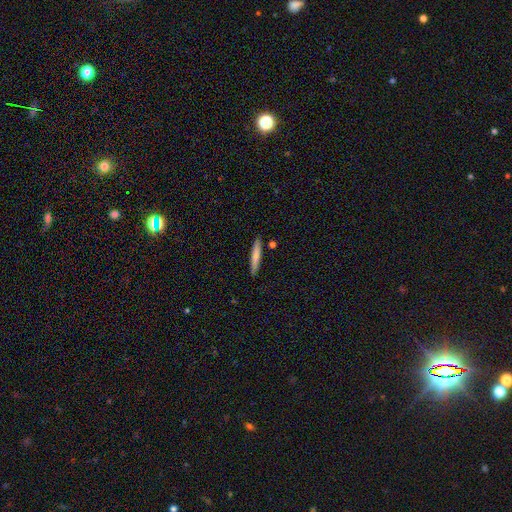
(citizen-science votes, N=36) This is likely a smooth galaxy (75%). How rounded: clearly cigar-shaped (100%). Merging: clearly none (94%).